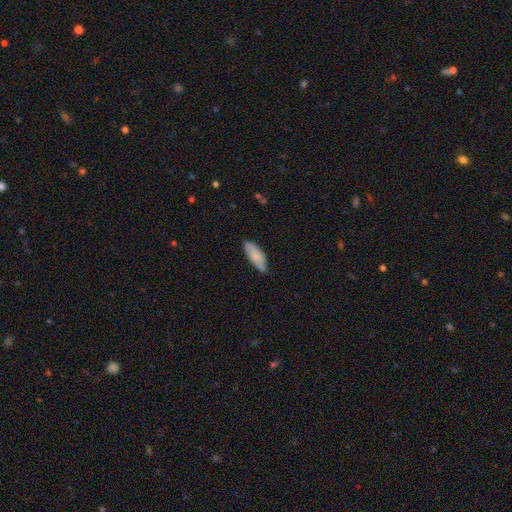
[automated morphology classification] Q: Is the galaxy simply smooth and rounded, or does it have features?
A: smooth — 72%.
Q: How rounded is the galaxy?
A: in between — 71%.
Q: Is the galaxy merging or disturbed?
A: none — 76%.